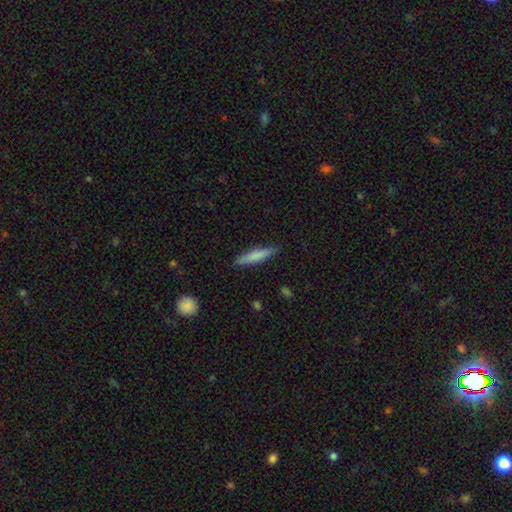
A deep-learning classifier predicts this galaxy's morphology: type=smooth (74%); roundness=cigar-shaped (88%); merging=none (87%).